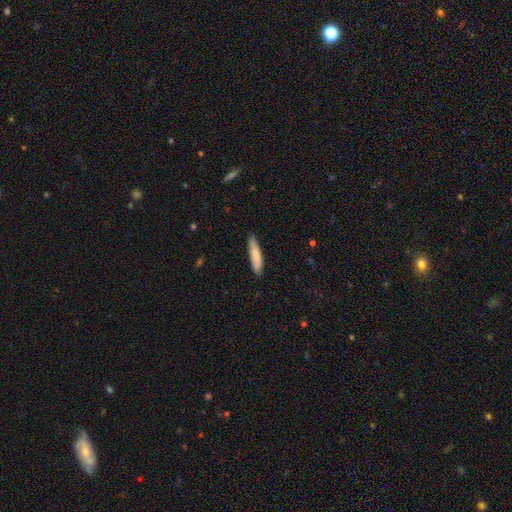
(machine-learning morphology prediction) Smooth or featured? smooth (82%)
How rounded? cigar-shaped (82%)
Merging? none (84%)